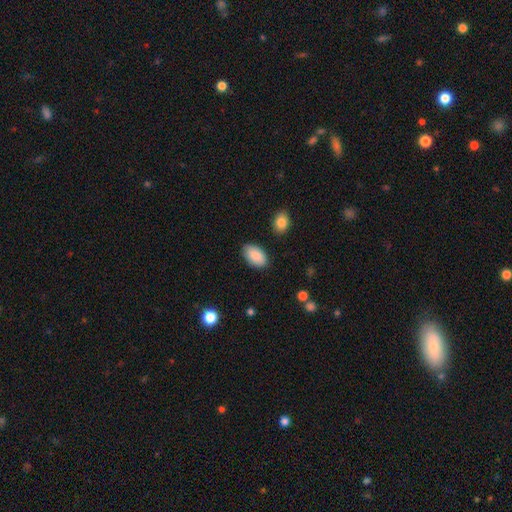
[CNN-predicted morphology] Smooth or featured? Predicted: smooth (p=0.89). How rounded? Predicted: in between (p=0.94). Merging? Predicted: none (p=0.86).